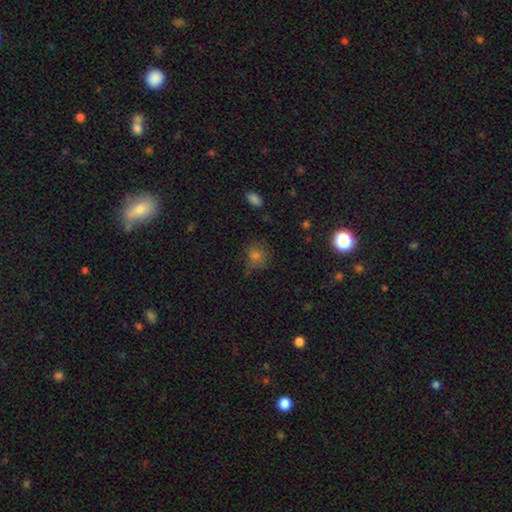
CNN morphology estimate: This appears to be a smooth galaxy with no disk features (71%) that is round (80%). Merging: none (72%).